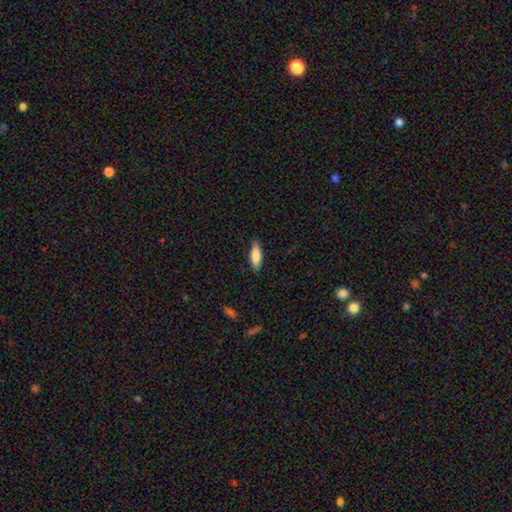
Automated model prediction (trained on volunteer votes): smooth 80%, featured or disk 14%, star or artifact 6%. Down the decision tree: how rounded — in between (57%); merging — none (85%).